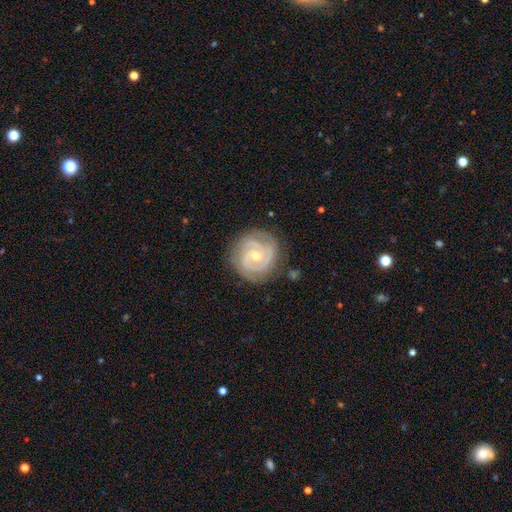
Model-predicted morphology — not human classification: featured or disk 89%, smooth 6%, star or artifact 4%. Down the decision tree: edge-on disk — no (98%); bar — no (53%); spiral arms — yes (97%); spiral arm count — 2 (62%); spiral winding — tight (75%); bulge size — small (50%); merging — none (81%).